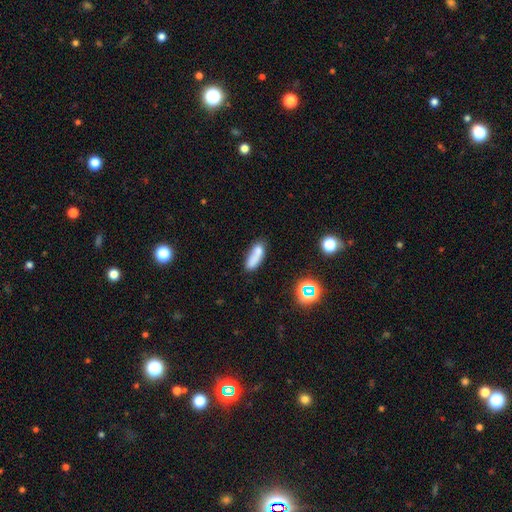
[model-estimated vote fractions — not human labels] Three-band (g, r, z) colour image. It shows a smooth galaxy with no disk features (72%) that is in between round and cigar-shaped (64%). Merging: none (47%).